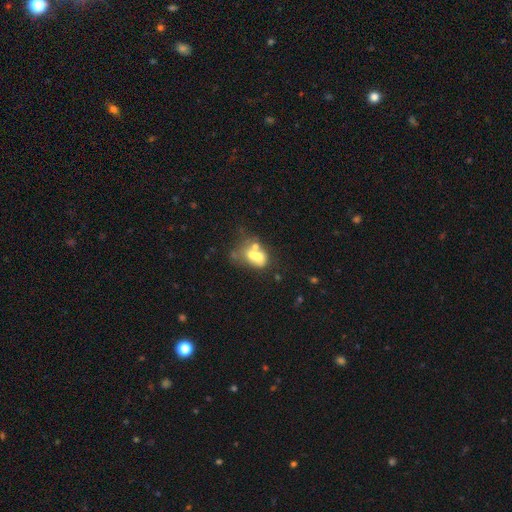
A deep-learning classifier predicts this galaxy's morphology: Q: Smooth or featured?
A: smooth (49%); runner-up: featured or disk (39%)
Q: Merging?
A: merger (61%); runner-up: none (21%)